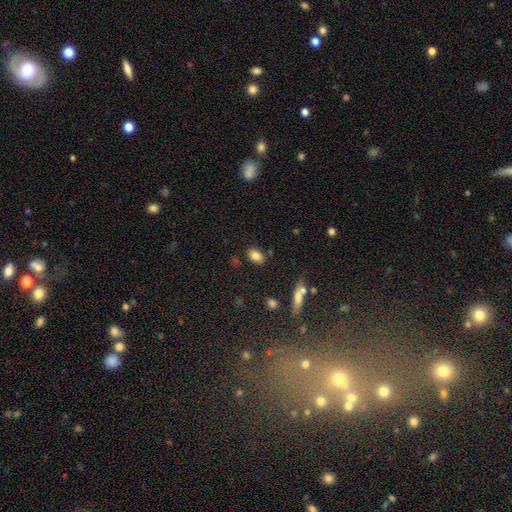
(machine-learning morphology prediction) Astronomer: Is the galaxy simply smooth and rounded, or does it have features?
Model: smooth — 83%.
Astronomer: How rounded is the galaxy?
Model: in between — 86%.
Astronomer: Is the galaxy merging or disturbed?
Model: none — 82%.